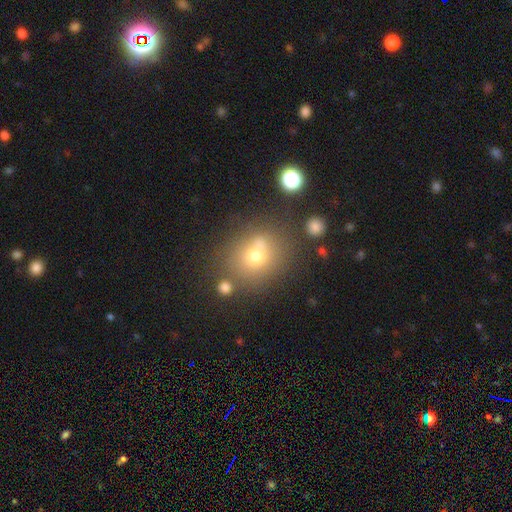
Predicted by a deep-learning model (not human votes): smooth-or-featured: smooth: 66% | featured or disk: 17% | star or artifact: 17%
  how-rounded: round: 70% | in between: 29% | cigar-shaped: 1%
  merging: none: 60% | minor disturbance: 17% | merger: 16% | major disturbance: 8%